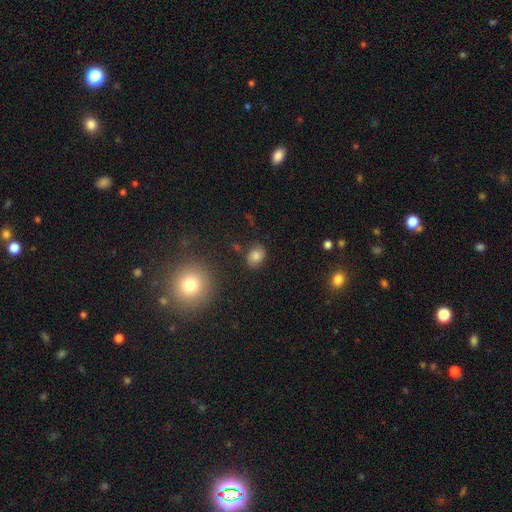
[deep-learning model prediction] This is likely a smooth galaxy (71%). How rounded: possibly in between (51%). Merging: likely none (77%).